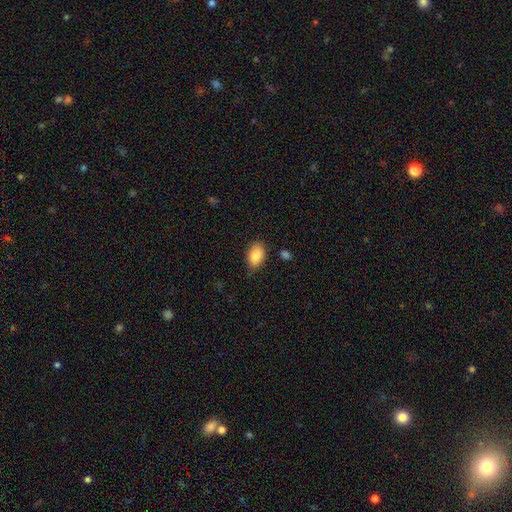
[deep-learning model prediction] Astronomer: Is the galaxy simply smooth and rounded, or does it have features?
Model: smooth — 87%.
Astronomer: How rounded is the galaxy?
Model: in between — 89%.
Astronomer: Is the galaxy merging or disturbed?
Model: none — 71%.